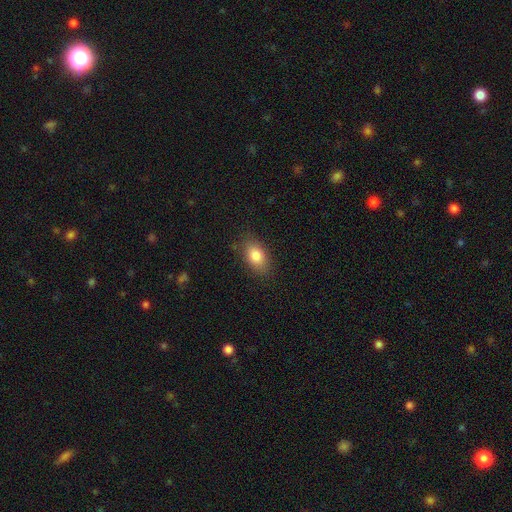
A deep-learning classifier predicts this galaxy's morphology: Smooth or featured? Predicted: smooth (p=0.83). How rounded? Predicted: in between (p=0.87). Merging? Predicted: none (p=0.83).